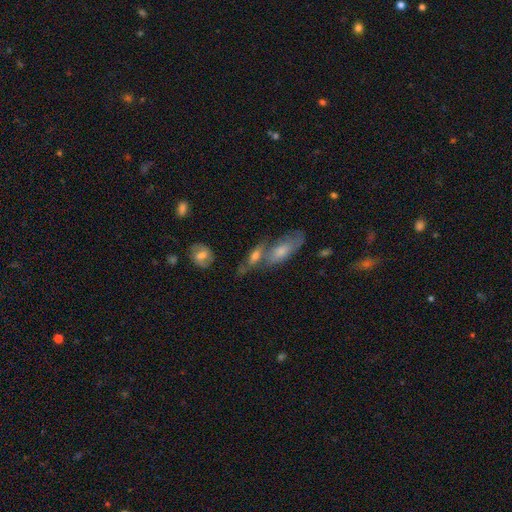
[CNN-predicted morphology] smooth_or_featured: smooth (p=0.53) [alt: featured or disk p=0.37]
how_rounded: in between (p=0.62) [alt: cigar-shaped p=0.32]
merging: merger (p=0.43) [alt: none p=0.38]